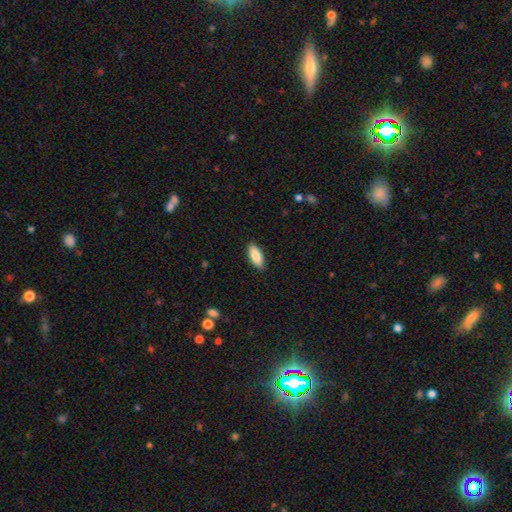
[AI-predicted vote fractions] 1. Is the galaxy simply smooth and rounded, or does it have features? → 87% smooth, 7% featured or disk, 6% star or artifact.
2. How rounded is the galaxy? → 83% in between, 15% cigar-shaped, 2% round.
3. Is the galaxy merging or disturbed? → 88% none, 9% minor disturbance, 2% major disturbance, 1% merger.